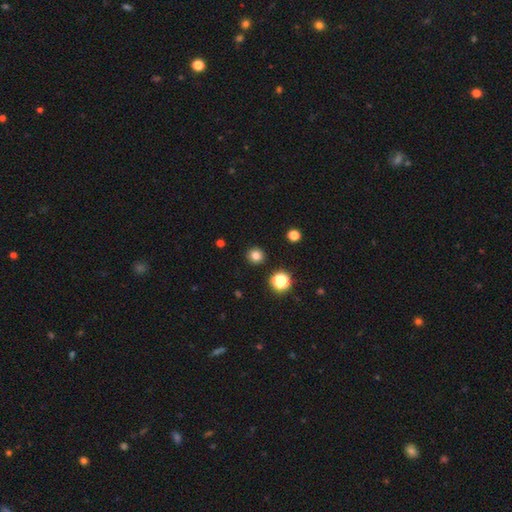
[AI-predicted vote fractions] Smooth or featured? smooth (80%)
How rounded? round (94%)
Merging? none (92%)